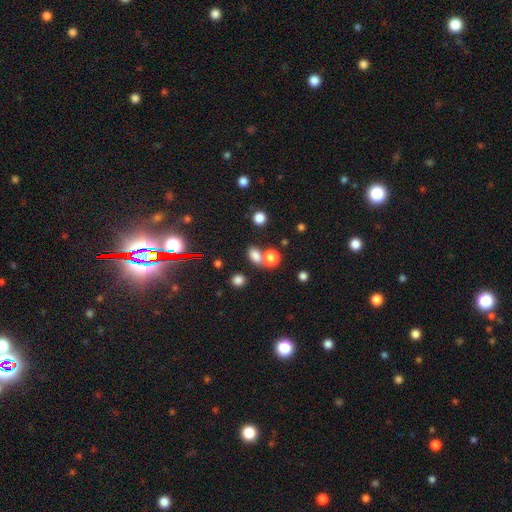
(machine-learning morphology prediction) smooth-or-featured: smooth: 75% | star or artifact: 18% | featured or disk: 7%
  how-rounded: in between: 66% | round: 32% | cigar-shaped: 2%
  merging: none: 53% | merger: 33% | minor disturbance: 9% | major disturbance: 4%